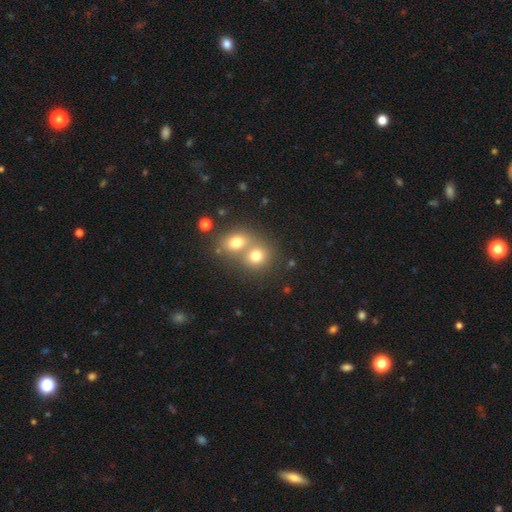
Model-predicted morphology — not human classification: Smooth or featured: smooth — 74% (star or artifact — 13%)
How rounded: round — 73% (in between — 26%)
Merging: merger — 56% (none — 35%)